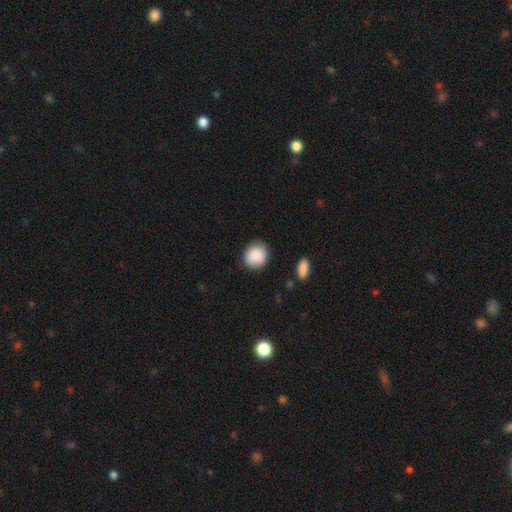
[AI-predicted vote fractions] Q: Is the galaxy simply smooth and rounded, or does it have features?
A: smooth — 88%.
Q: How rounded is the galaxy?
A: round — 79%.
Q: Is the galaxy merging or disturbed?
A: none — 81%.